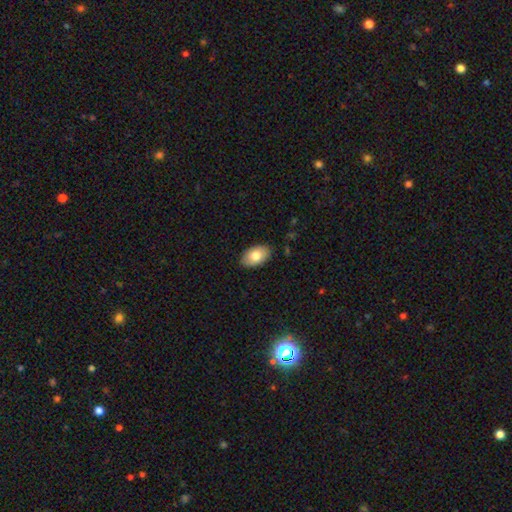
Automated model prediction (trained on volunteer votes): Smooth or featured?
  - smooth: 80% *
  - featured or disk: 14%
  - star or artifact: 6%
How rounded?
  - in between: 93% *
  - round: 6%
  - cigar-shaped: 1%
Merging?
  - none: 87% *
  - minor disturbance: 10%
  - major disturbance: 2%
  - merger: 1%